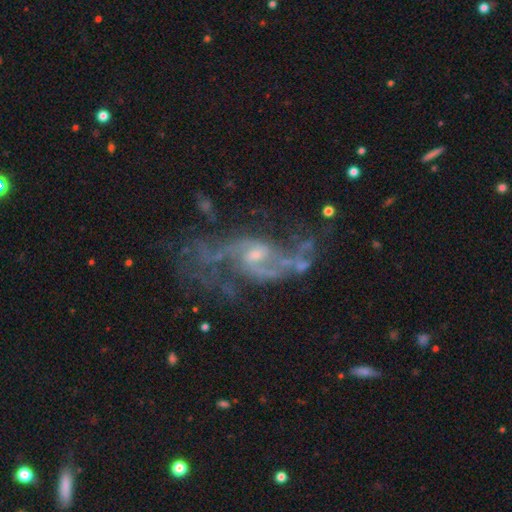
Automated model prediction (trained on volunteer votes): Q: Smooth or featured?
A: featured or disk (86%); runner-up: star or artifact (8%)
Q: Edge-on disk?
A: no (96%); runner-up: yes (4%)
Q: Bar?
A: weak (53%); runner-up: no (36%)
Q: Spiral arms?
A: yes (92%); runner-up: no (8%)
Q: Spiral winding?
A: loose (53%); runner-up: medium (36%)
Q: Spiral arm count?
A: 2 (72%); runner-up: can't tell (12%)
Q: Bulge size?
A: small (55%); runner-up: moderate (36%)
Q: Merging?
A: none (44%); runner-up: major disturbance (27%)